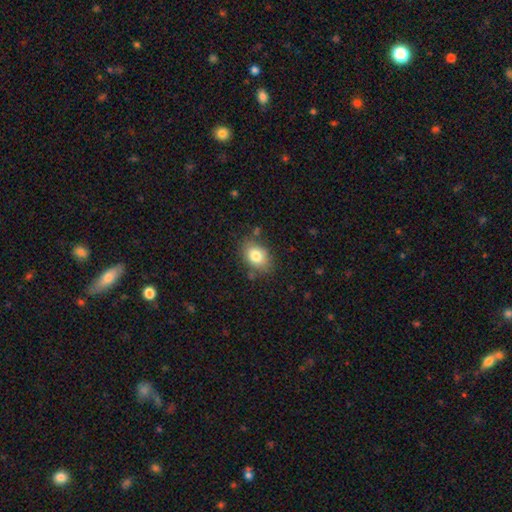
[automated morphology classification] A smooth galaxy with no disk features (81%) that is in between round and cigar-shaped (77%). Merging: none (77%).